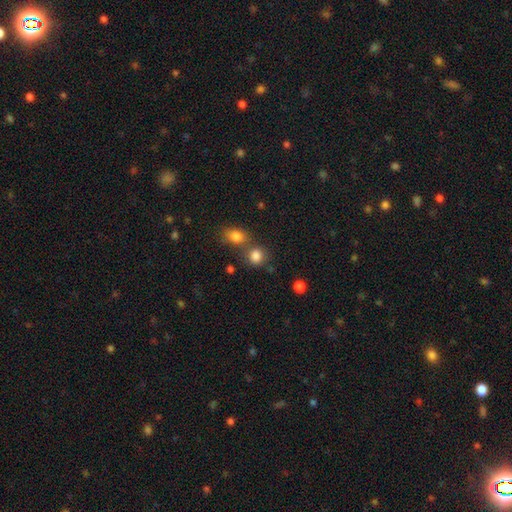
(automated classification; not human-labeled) Smooth or featured? Predicted: smooth (p=0.83). How rounded? Predicted: round (p=0.70). Merging? Predicted: none (p=0.57).